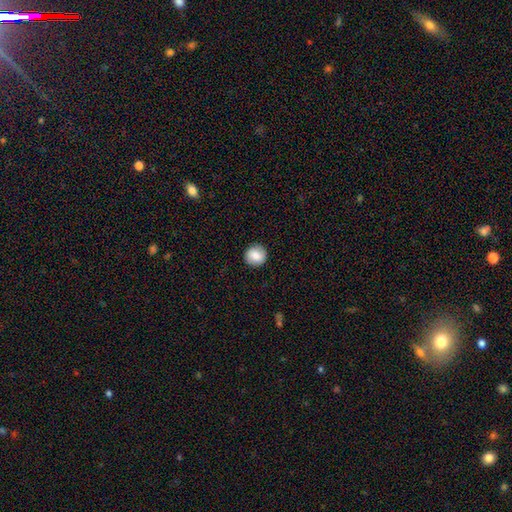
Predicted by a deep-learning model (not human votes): Morphology: type=smooth (81%); roundness=round (92%); merging=none (91%).